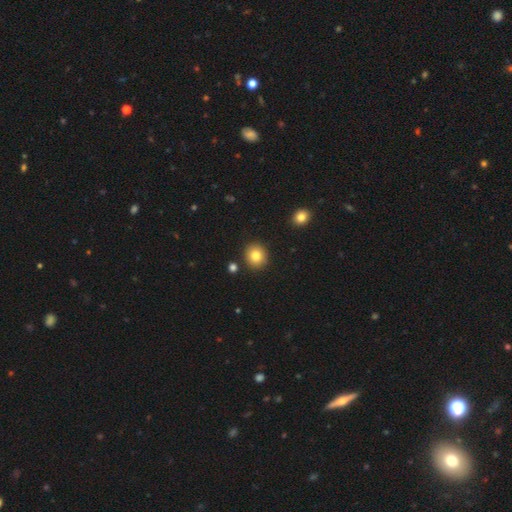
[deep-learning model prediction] The model was most divided on "how rounded": round: 84%, in between: 15%, cigar-shaped: 1%. More confident: merging — none (89%); smooth or featured — smooth (82%).